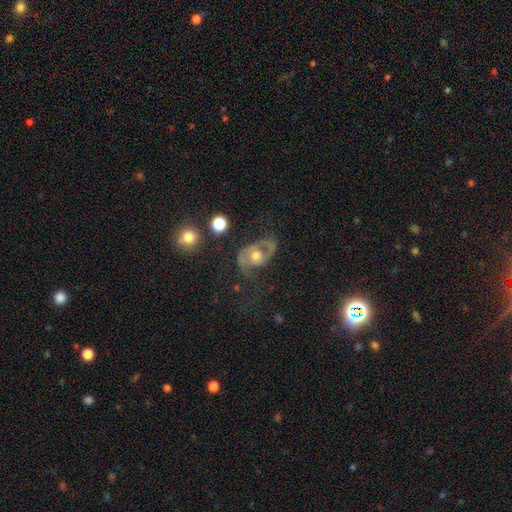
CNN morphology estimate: smooth_or_featured: featured or disk (p=0.67) [alt: smooth p=0.24]
disk_edge_on: no (p=0.96) [alt: yes p=0.04]
bar: no (p=0.73) [alt: weak p=0.20]
has_spiral_arms: yes (p=0.71) [alt: no p=0.29]
bulge_size: moderate (p=0.72) [alt: small p=0.16]
merging: none (p=0.41) [alt: major disturbance p=0.33]